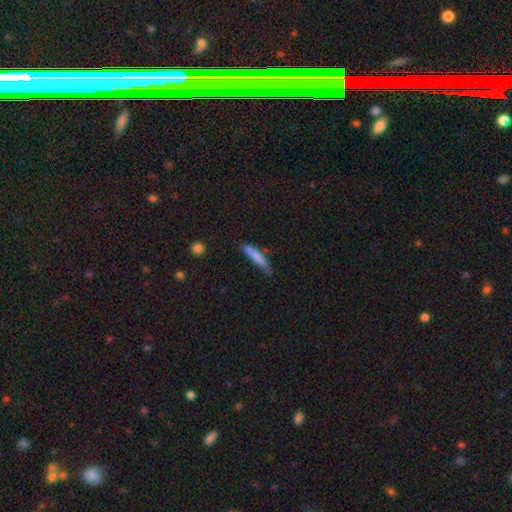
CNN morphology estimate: type=smooth (74%); roundness=cigar-shaped (90%); merging=none (60%).